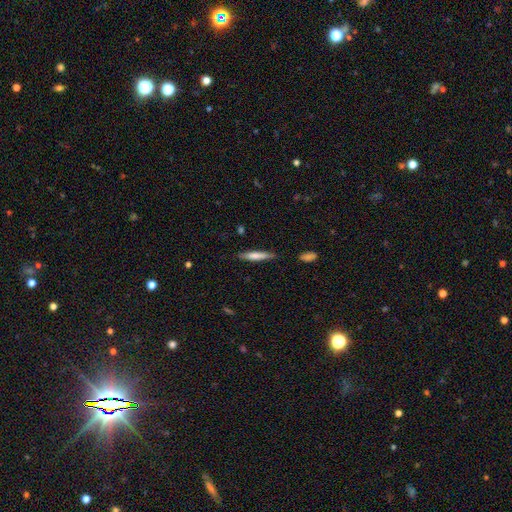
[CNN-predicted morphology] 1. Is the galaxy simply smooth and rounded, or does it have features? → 67% smooth, 27% featured or disk, 6% star or artifact.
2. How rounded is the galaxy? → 90% cigar-shaped, 8% in between, 1% round.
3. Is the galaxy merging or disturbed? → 83% none, 13% minor disturbance, 2% major disturbance, 2% merger.